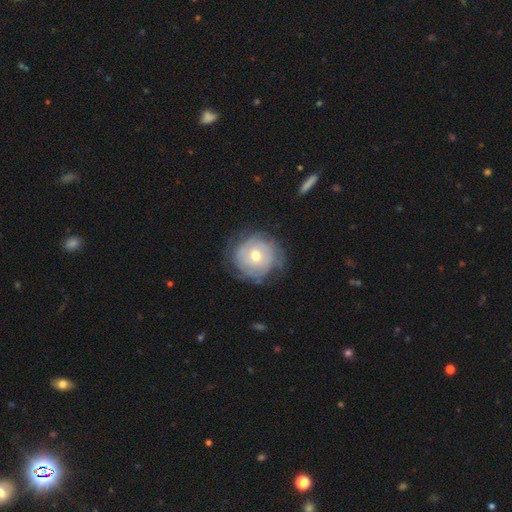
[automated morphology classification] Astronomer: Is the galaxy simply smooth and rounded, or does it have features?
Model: featured or disk — 62%.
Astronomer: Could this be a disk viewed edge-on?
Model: no — 97%.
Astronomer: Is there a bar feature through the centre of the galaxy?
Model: no — 77%.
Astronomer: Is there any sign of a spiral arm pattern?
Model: yes — 71%.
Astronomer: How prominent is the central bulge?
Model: moderate — 68%.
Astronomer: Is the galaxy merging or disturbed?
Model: none — 68%.